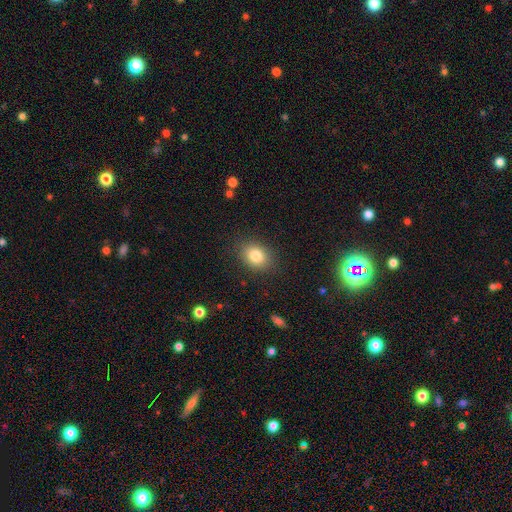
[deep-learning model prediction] Smooth or featured: smooth — 82% (star or artifact — 10%)
How rounded: in between — 54% (round — 45%)
Merging: none — 86% (minor disturbance — 10%)